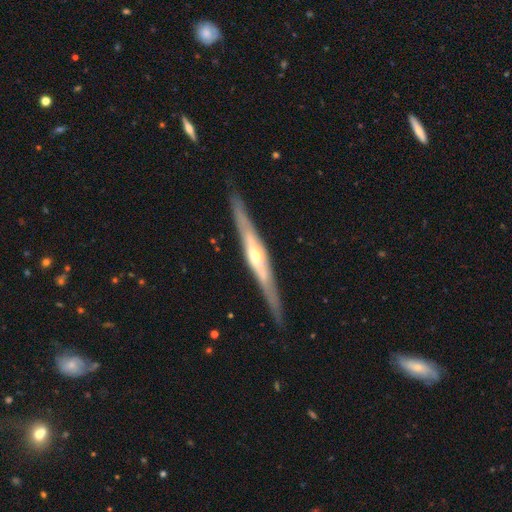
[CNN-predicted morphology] Smooth or featured: featured or disk — 77% (smooth — 18%)
Edge-on disk: yes — 93% (no — 7%)
Edge-on bulge: rounded — 70% (none — 19%)
Merging: none — 88% (minor disturbance — 9%)